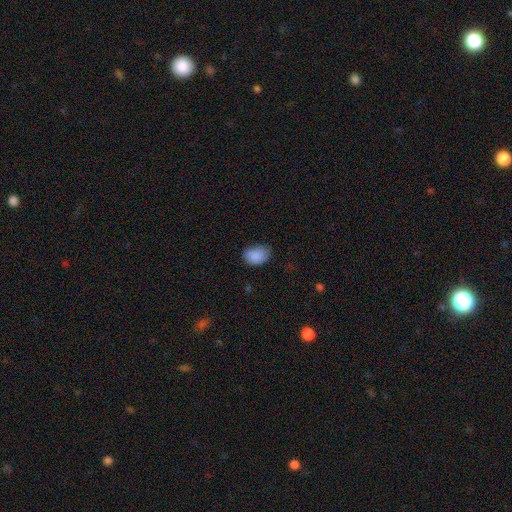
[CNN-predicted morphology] Smooth or featured? smooth (88%)
How rounded? in between (76%)
Merging? none (65%)